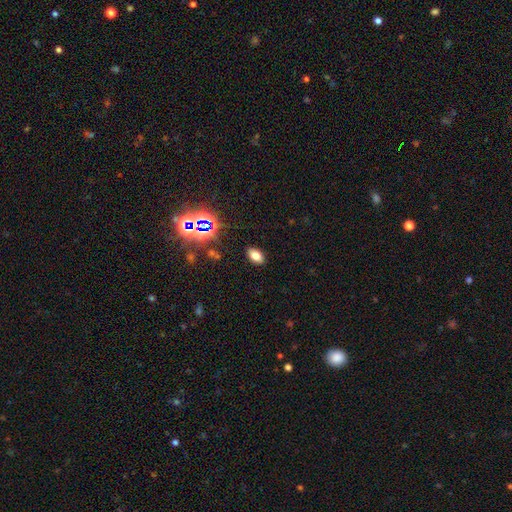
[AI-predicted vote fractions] This is likely a smooth galaxy (70%). How rounded: clearly in between (90%). Merging: clearly none (87%).